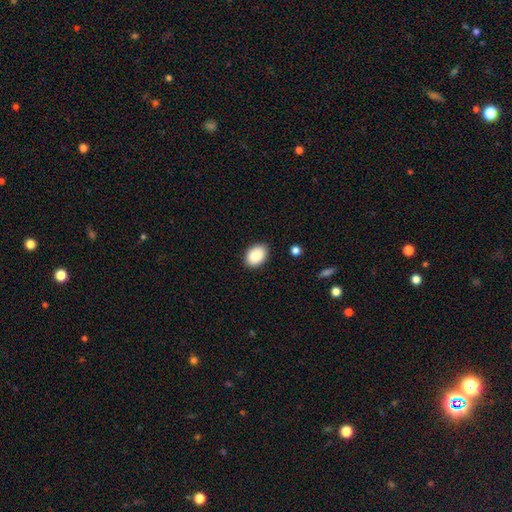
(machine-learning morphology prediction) Smooth or featured?
  - smooth: 89% *
  - star or artifact: 7%
  - featured or disk: 5%
How rounded?
  - in between: 83% *
  - round: 16%
  - cigar-shaped: 1%
Merging?
  - none: 87% *
  - minor disturbance: 10%
  - major disturbance: 2%
  - merger: 1%